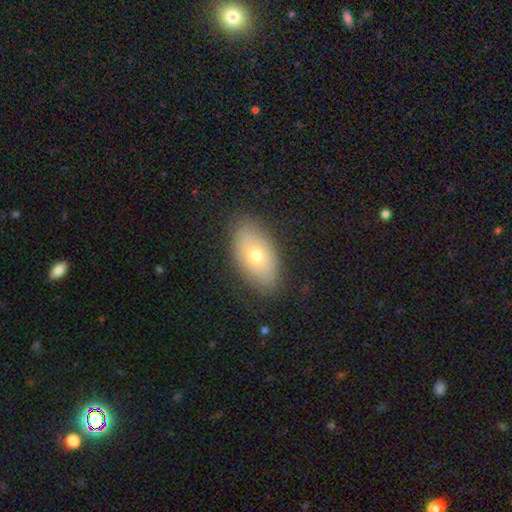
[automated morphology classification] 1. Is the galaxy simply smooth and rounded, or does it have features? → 66% smooth, 27% featured or disk, 7% star or artifact.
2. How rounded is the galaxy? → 92% in between, 5% round, 2% cigar-shaped.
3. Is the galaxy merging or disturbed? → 83% none, 13% minor disturbance, 3% major disturbance, 1% merger.